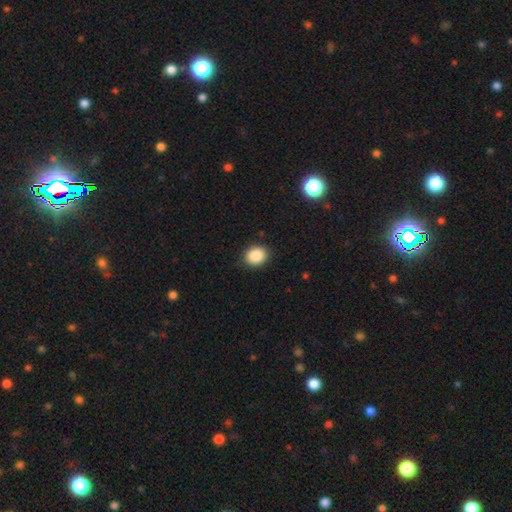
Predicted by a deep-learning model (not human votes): Q: Smooth or featured?
A: smooth (88%); runner-up: star or artifact (9%)
Q: How rounded?
A: round (55%); runner-up: in between (44%)
Q: Merging?
A: none (88%); runner-up: minor disturbance (9%)